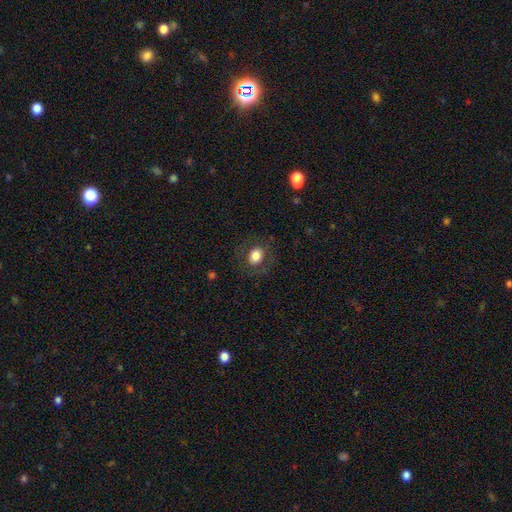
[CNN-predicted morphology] smooth-or-featured: smooth: 77% | featured or disk: 14% | star or artifact: 9%
  how-rounded: in between: 57% | round: 42% | cigar-shaped: 1%
  merging: none: 81% | minor disturbance: 12% | major disturbance: 7% | merger: 1%